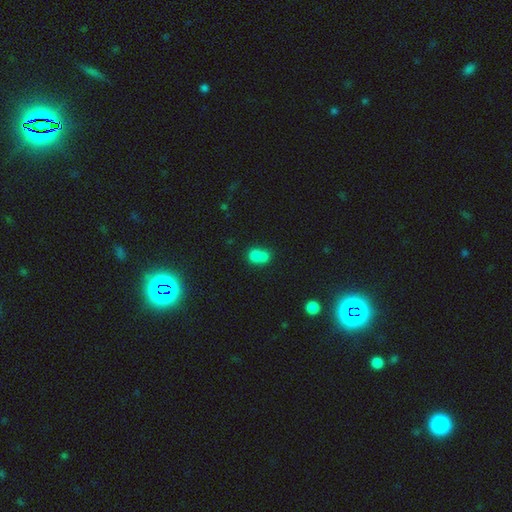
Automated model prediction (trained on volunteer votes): Smooth or featured?
  - smooth: 73% *
  - featured or disk: 15%
  - star or artifact: 12%
How rounded?
  - round: 61% *
  - in between: 38%
  - cigar-shaped: 1%
Merging?
  - merger: 66% *
  - none: 25%
  - minor disturbance: 7%
  - major disturbance: 3%